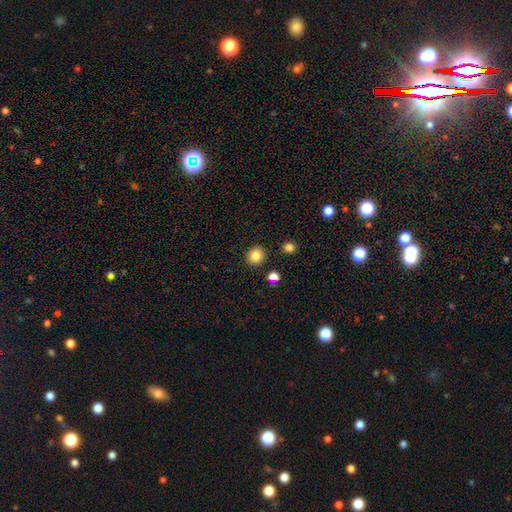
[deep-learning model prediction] The model was most divided on "how rounded": round: 81%, in between: 18%, cigar-shaped: 1%. More confident: merging — none (90%); smooth or featured — smooth (84%).